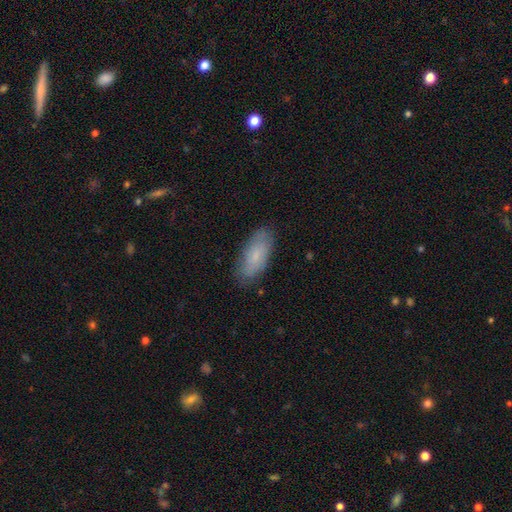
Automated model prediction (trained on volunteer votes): Q: Smooth or featured?
A: smooth (74%); runner-up: featured or disk (19%)
Q: How rounded?
A: in between (82%); runner-up: cigar-shaped (16%)
Q: Merging?
A: none (82%); runner-up: minor disturbance (14%)